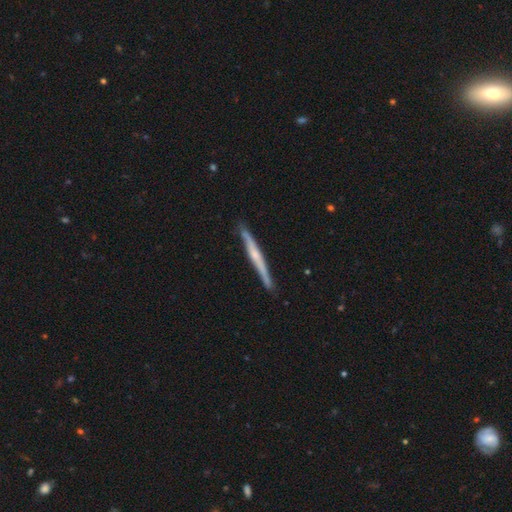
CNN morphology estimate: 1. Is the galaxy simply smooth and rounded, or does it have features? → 67% featured or disk, 28% smooth, 5% star or artifact.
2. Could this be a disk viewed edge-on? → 98% yes, 2% no.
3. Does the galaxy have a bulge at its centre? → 51% rounded, 39% none, 10% boxy.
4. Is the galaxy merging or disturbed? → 89% none, 9% minor disturbance, 1% major disturbance, 1% merger.